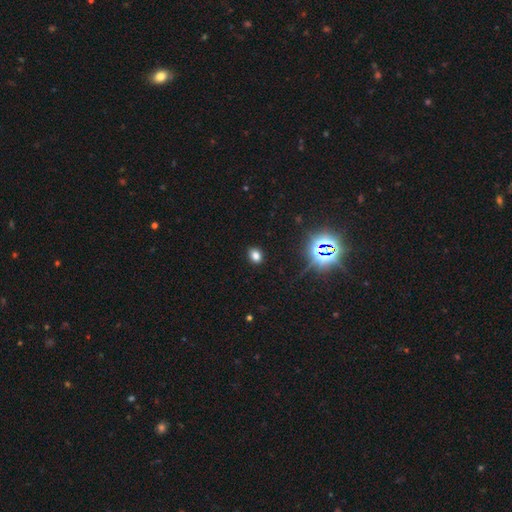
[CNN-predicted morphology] Smooth or featured?
  - smooth: 74% *
  - star or artifact: 20%
  - featured or disk: 6%
How rounded?
  - in between: 56% *
  - round: 42%
  - cigar-shaped: 1%
Merging?
  - none: 89% *
  - minor disturbance: 7%
  - major disturbance: 2%
  - merger: 1%